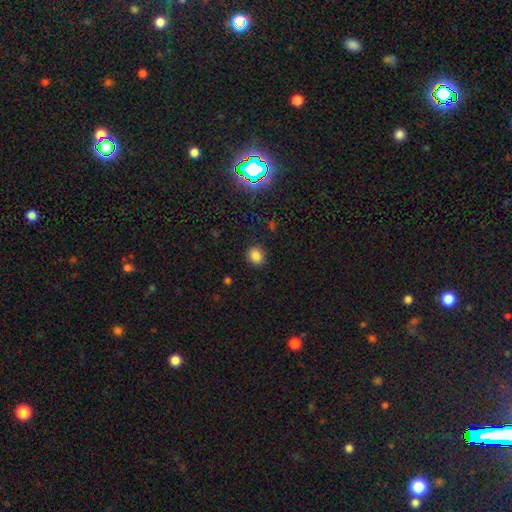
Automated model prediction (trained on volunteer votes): Morphology: type=smooth (82%); roundness=round (61%); merging=none (86%).